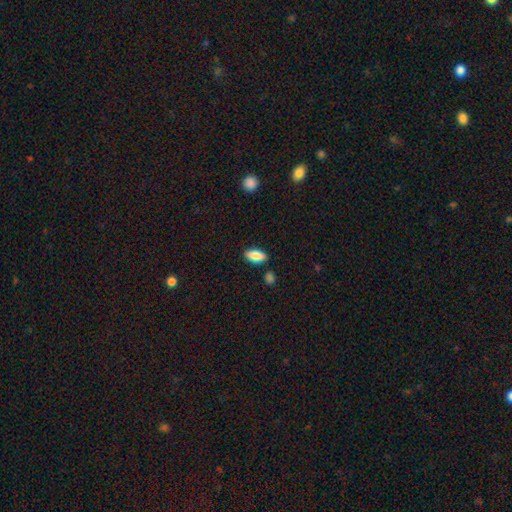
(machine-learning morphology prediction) Overall: smooth (84%). How rounded: in between (86%). Merging: none (85%).